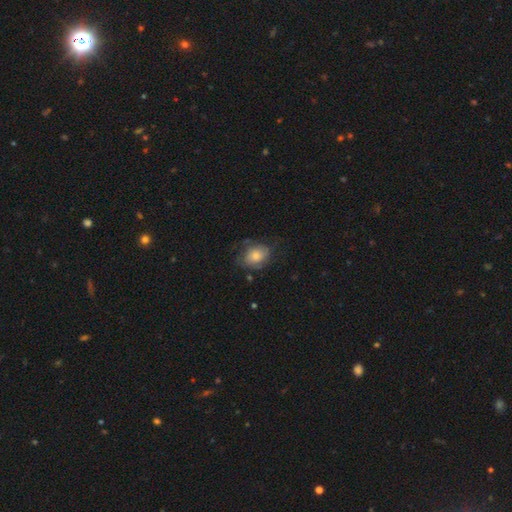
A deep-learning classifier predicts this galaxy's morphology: smooth_or_featured: smooth (p=0.61) [alt: featured or disk p=0.31]
how_rounded: in between (p=0.58) [alt: round p=0.41]
merging: none (p=0.55) [alt: minor disturbance p=0.28]